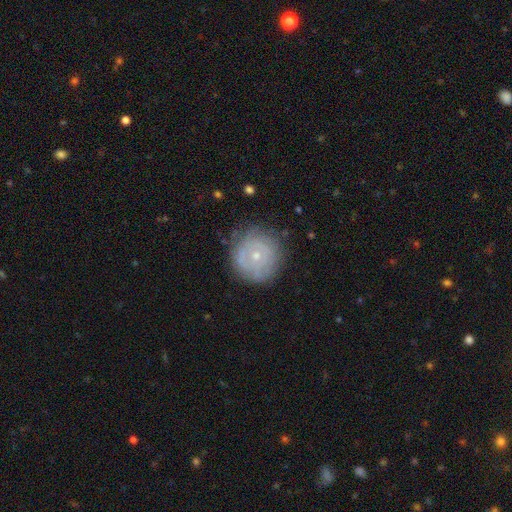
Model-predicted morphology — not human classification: smooth_or_featured: featured or disk (p=0.59) [alt: smooth p=0.34]
disk_edge_on: no (p=0.97) [alt: yes p=0.03]
bar: no (p=0.84) [alt: weak p=0.14]
has_spiral_arms: yes (p=0.63) [alt: no p=0.37]
bulge_size: small (p=0.66) [alt: moderate p=0.30]
merging: none (p=0.74) [alt: minor disturbance p=0.18]